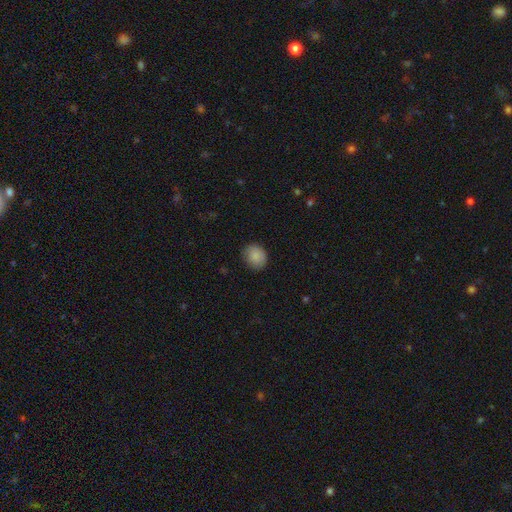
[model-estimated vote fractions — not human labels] A smooth galaxy with no disk features (87%) that is round (64%). Merging: none (81%).